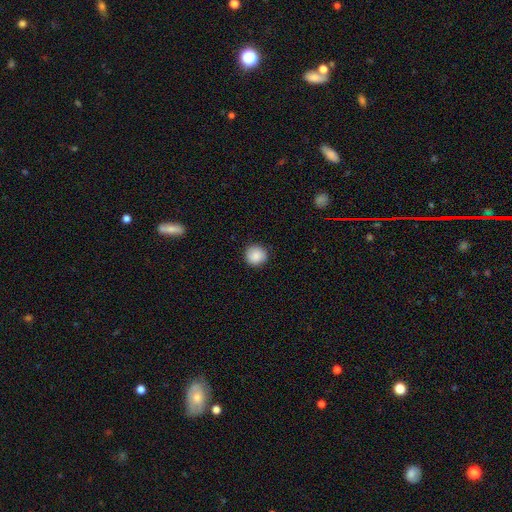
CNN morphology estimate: Overall: smooth (89%). How rounded: round (94%). Merging: none (90%).